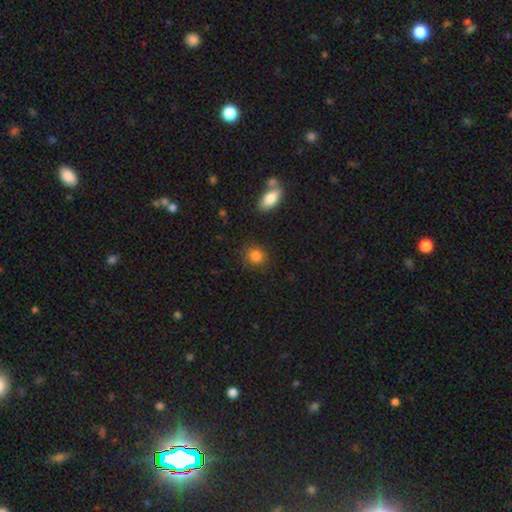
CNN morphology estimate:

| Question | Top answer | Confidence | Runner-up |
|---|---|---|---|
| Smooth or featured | smooth | 86% | star or artifact (10%) |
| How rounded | round | 80% | in between (19%) |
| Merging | none | 85% | minor disturbance (10%) |